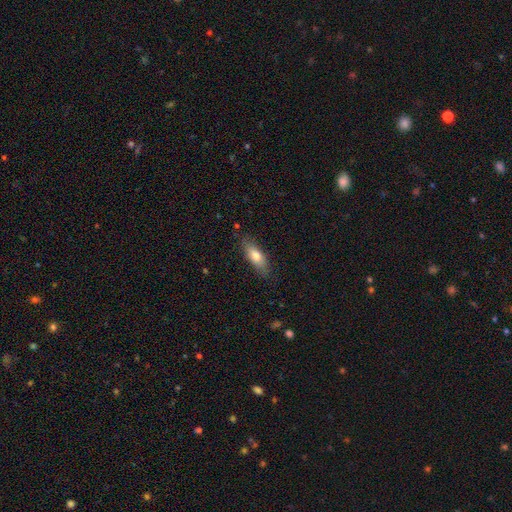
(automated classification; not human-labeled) Smooth or featured: smooth — 75% (featured or disk — 19%)
How rounded: in between — 62% (cigar-shaped — 35%)
Merging: none — 82% (minor disturbance — 14%)